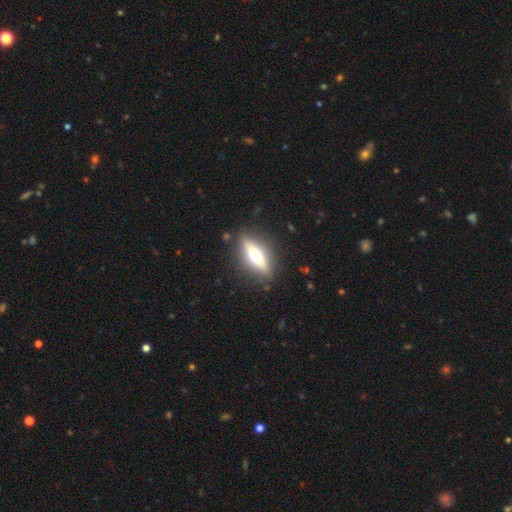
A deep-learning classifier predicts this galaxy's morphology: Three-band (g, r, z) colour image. It shows a featured or disk galaxy (48%). Merging: none (84%).